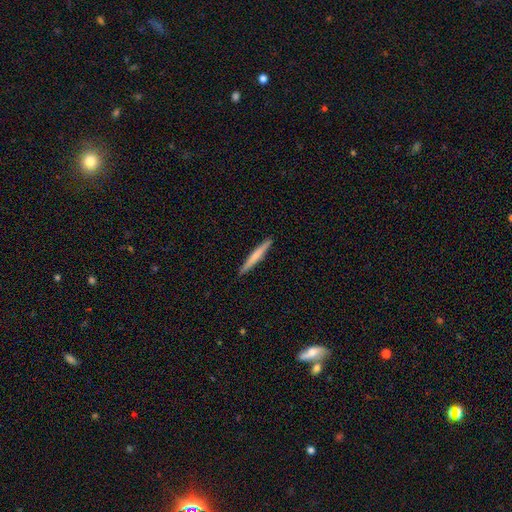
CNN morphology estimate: type=smooth (62%); roundness=cigar-shaped (96%); merging=none (92%).